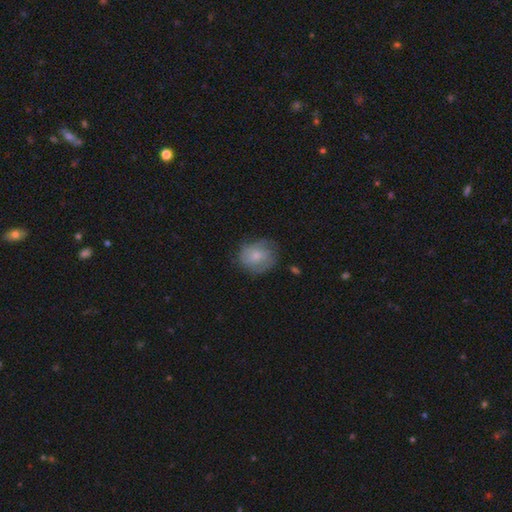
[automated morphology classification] Smooth or featured?
  - smooth: 55% *
  - featured or disk: 37%
  - star or artifact: 7%
How rounded?
  - round: 70% *
  - in between: 29%
  - cigar-shaped: 1%
Merging?
  - none: 64% *
  - minor disturbance: 26%
  - major disturbance: 9%
  - merger: 2%